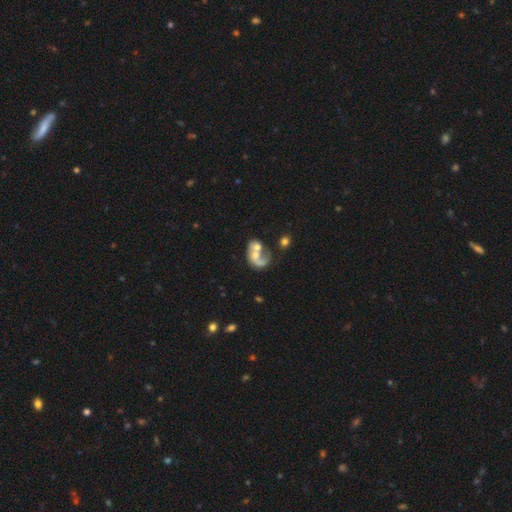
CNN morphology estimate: Smooth or featured?
  - featured or disk: 61% *
  - smooth: 30%
  - star or artifact: 9%
Edge-on disk?
  - no: 98% *
  - yes: 2%
Bar?
  - no: 76% *
  - weak: 19%
  - strong: 5%
Spiral arms?
  - yes: 61% *
  - no: 39%
Bulge size?
  - moderate: 41% *
  - small: 29%
  - none: 19%
  - large: 8%
  - dominant: 3%
Merging?
  - merger: 57% *
  - major disturbance: 19%
  - none: 16%
  - minor disturbance: 8%